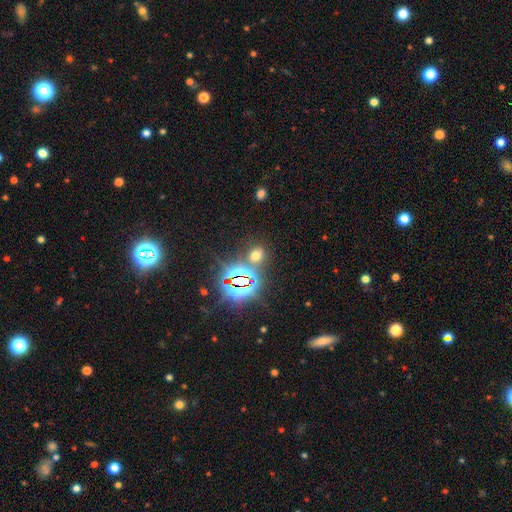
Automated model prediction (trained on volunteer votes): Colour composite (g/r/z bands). It shows a star or artifact, not a galaxy (46%, tied with smooth).